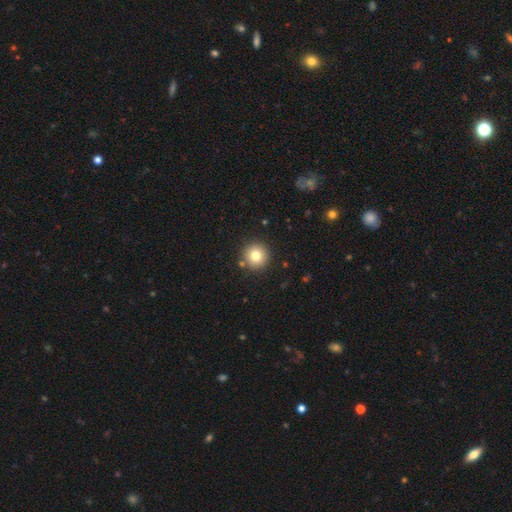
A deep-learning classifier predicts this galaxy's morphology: Overall: smooth (78%). How rounded: round (95%). Merging: none (88%).